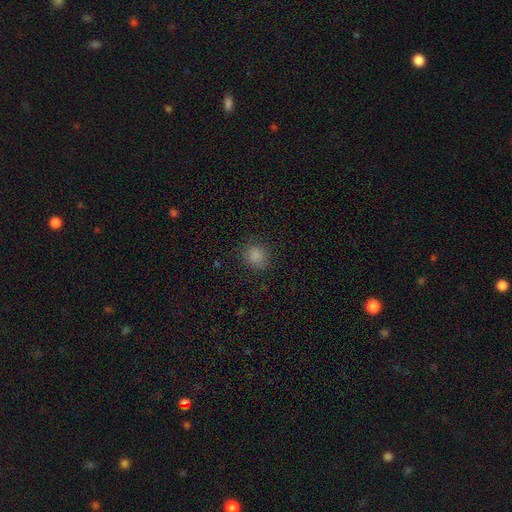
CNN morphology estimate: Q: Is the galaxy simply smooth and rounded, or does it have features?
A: smooth — 84%.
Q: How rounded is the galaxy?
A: round — 76%.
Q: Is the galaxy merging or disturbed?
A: none — 83%.